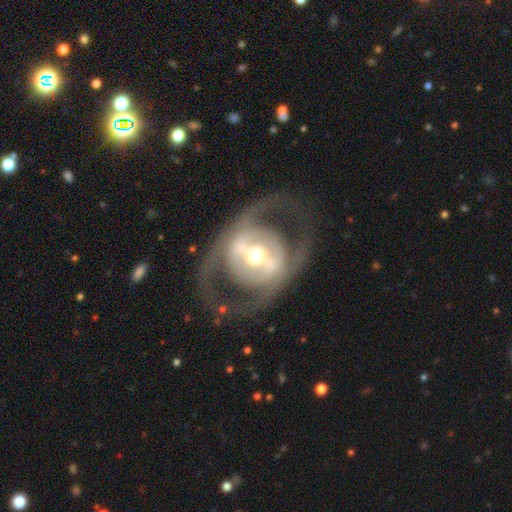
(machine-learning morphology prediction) A featured or disk galaxy (80%) with a strong bar (47%), spiral arms (52%) and a moderate central bulge (60%). Merging: none (69%).